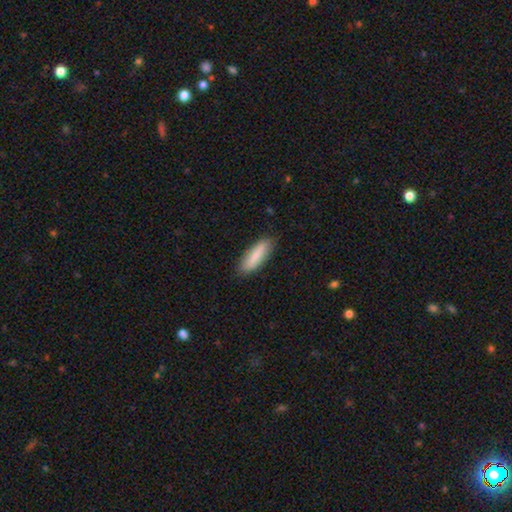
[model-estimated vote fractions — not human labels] A smooth galaxy with no disk features (83%) that is cigar-shaped (56%). Merging: none (83%).